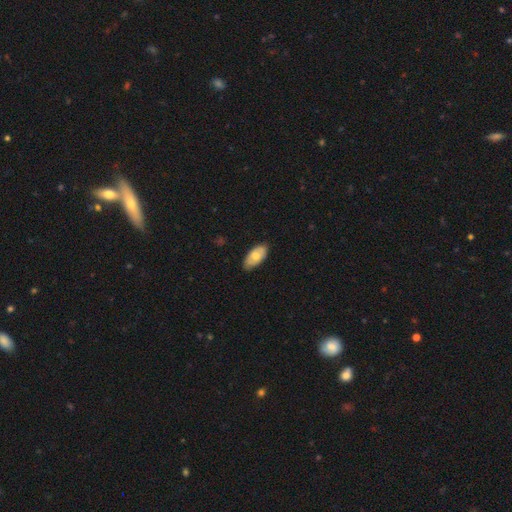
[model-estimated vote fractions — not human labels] smooth 67%, featured or disk 28%, star or artifact 6%. Down the decision tree: how rounded — in between (93%); merging — none (81%).